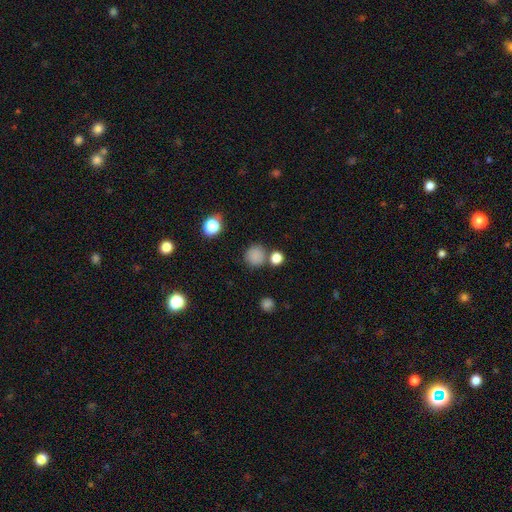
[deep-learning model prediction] Smooth or featured? Predicted: smooth (p=0.82). How rounded? Predicted: round (p=0.91). Merging? Predicted: none (p=0.76).